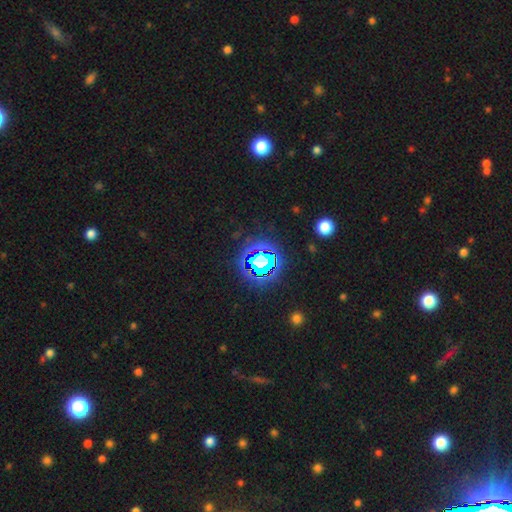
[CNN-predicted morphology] This appears to be a star or artifact, not a galaxy (73%).